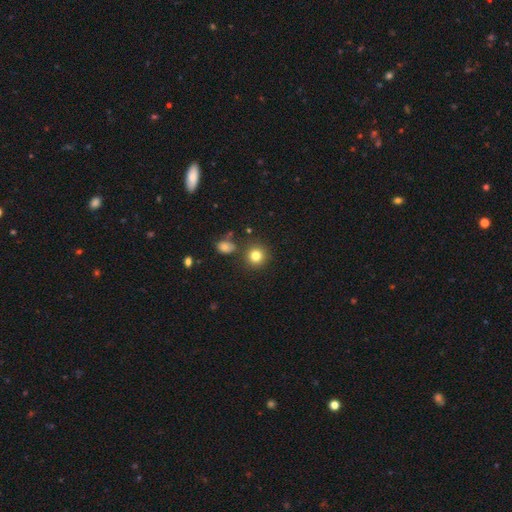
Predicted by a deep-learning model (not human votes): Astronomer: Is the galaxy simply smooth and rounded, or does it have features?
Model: smooth — 81%.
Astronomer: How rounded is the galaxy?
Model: round — 91%.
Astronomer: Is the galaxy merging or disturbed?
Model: none — 84%.